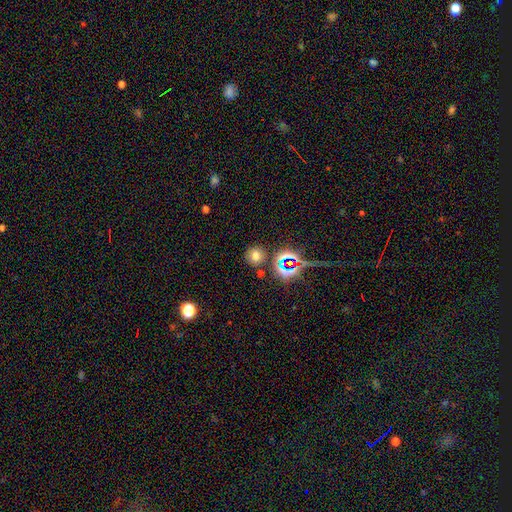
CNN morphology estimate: Smooth or featured? Predicted: smooth (p=0.66). How rounded? Predicted: round (p=0.87). Merging? Predicted: none (p=0.81).